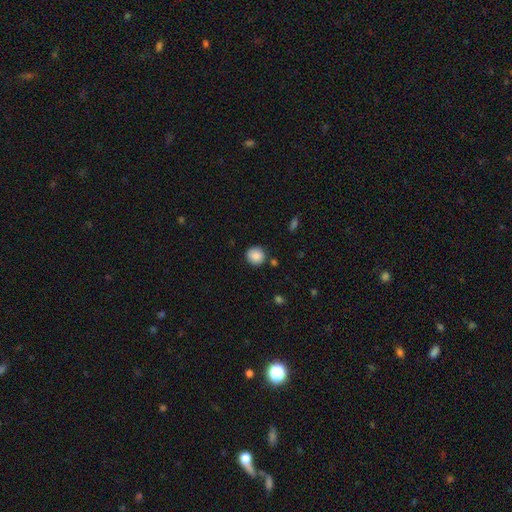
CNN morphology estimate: A smooth galaxy with no disk features (87%) that is round (93%). Merging: none (86%).